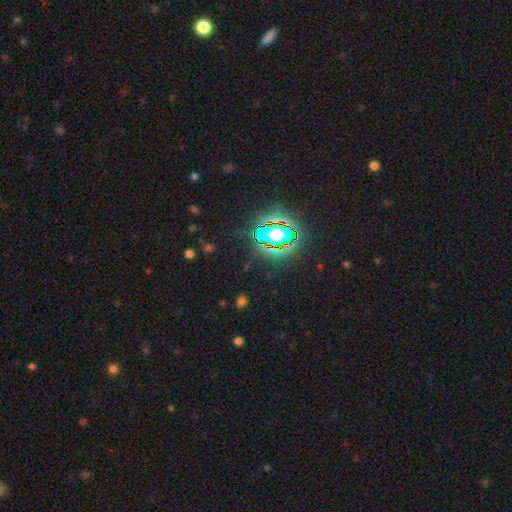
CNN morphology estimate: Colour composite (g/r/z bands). It shows a star or artifact, not a galaxy (77%).